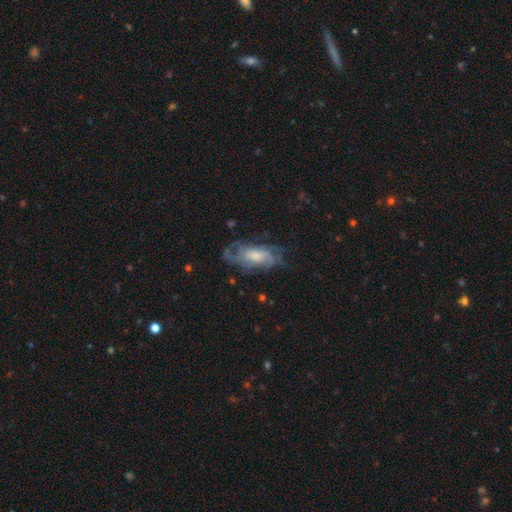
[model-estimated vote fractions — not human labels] Smooth or featured?
  - featured or disk: 74% *
  - smooth: 19%
  - star or artifact: 7%
Edge-on disk?
  - no: 92% *
  - yes: 8%
Bar?
  - no: 65% *
  - weak: 30%
  - strong: 5%
Spiral arms?
  - yes: 89% *
  - no: 11%
Spiral winding?
  - medium: 41% * (tied)
  - tight: 41% * (tied)
  - loose: 18%
Spiral arm count?
  - can't tell: 43% *
  - 3: 17%
  - 2: 16%
  - 4: 14%
  - more than 4: 5%
  - 1: 5%
Bulge size?
  - moderate: 45% *
  - small: 30%
  - large: 16%
  - none: 7%
  - dominant: 2%
Merging?
  - none: 61% *
  - minor disturbance: 21%
  - major disturbance: 16%
  - merger: 2%